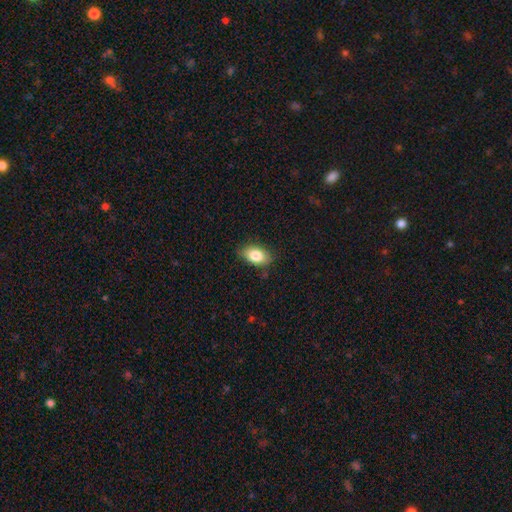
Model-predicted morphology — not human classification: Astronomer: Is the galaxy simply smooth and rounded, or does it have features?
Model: smooth — 84%.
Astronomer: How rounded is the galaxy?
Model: in between — 90%.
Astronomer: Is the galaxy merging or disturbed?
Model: none — 82%.